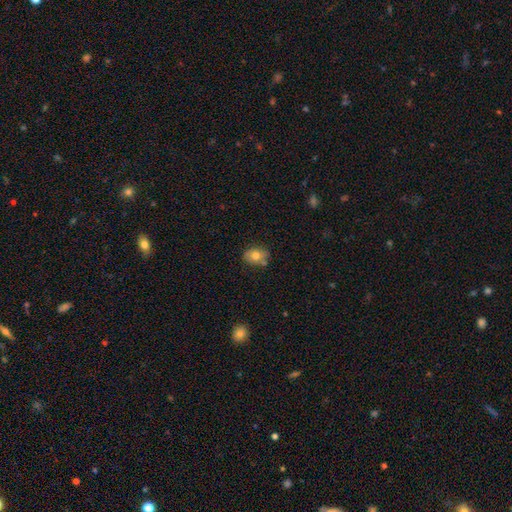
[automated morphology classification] A smooth galaxy with no disk features (75%) that is in between round and cigar-shaped (61%).

Vote fractions:
- Smooth or featured? smooth: 75% / featured or disk: 16% / star or artifact: 9%
- How rounded? in between: 61% / round: 38% / cigar-shaped: 1%
- Merging? none: 73% / minor disturbance: 17% / merger: 7% / major disturbance: 3%